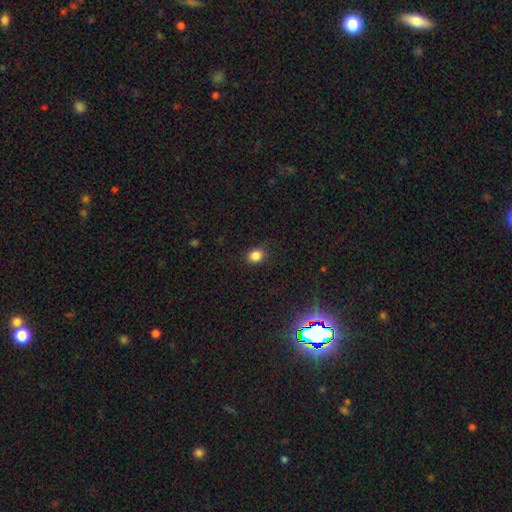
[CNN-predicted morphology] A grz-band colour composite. It shows a smooth galaxy with no disk features (85%) that is round (61%). Merging: none (86%).